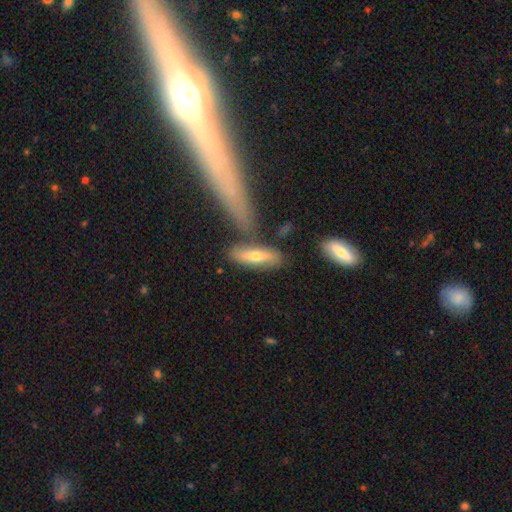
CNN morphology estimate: A smooth galaxy with no disk features (56%) that is cigar-shaped (54%).

Vote fractions:
- Smooth or featured? smooth: 56% / featured or disk: 37% / star or artifact: 7%
- How rounded? cigar-shaped: 54% / in between: 42% / round: 3%
- Merging? none: 64% / merger: 16% / minor disturbance: 14% / major disturbance: 6%